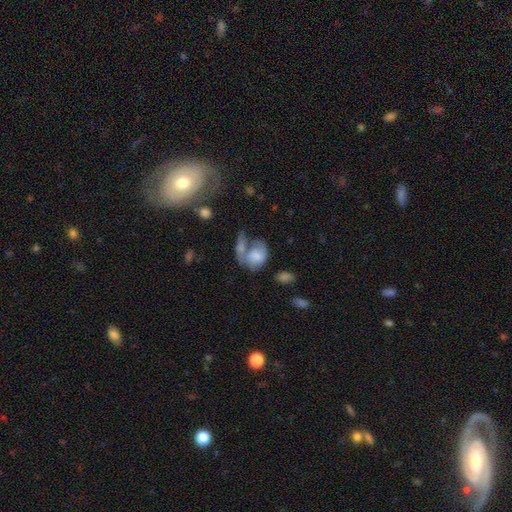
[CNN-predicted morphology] smooth 68%, featured or disk 24%, star or artifact 8%. Down the decision tree: how rounded — in between (66%); merging — merger (44%).